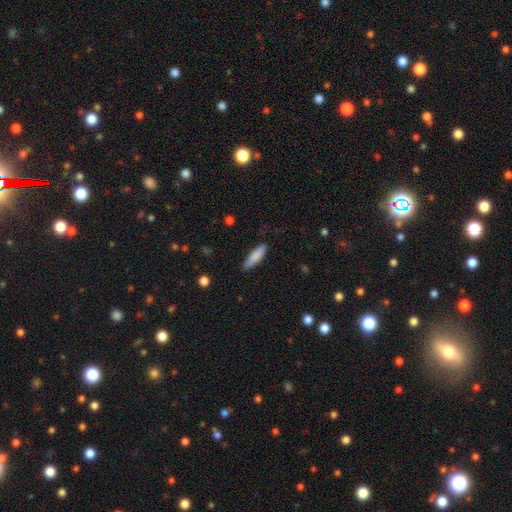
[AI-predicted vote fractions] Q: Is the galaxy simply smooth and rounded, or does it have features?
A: smooth — 84%.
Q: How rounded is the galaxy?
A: cigar-shaped — 64%.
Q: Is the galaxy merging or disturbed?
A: none — 84%.